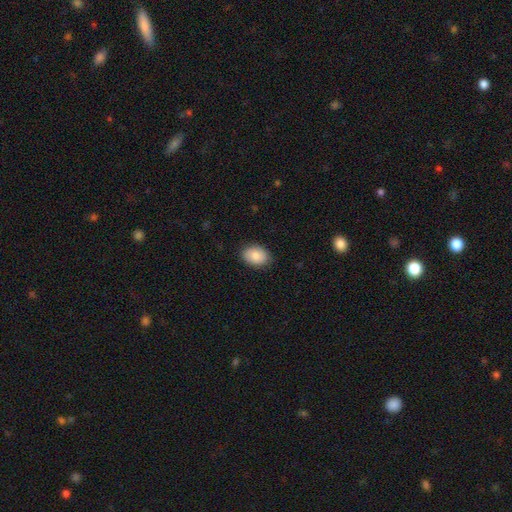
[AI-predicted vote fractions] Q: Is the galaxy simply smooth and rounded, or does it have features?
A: smooth — 85%.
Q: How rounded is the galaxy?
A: in between — 79%.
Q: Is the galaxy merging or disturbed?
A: none — 87%.